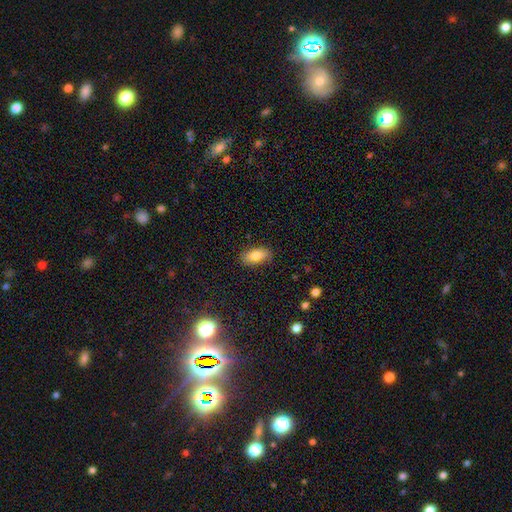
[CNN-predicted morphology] Smooth or featured?
  - smooth: 81% *
  - featured or disk: 11%
  - star or artifact: 8%
How rounded?
  - in between: 90% *
  - cigar-shaped: 6%
  - round: 4%
Merging?
  - none: 85% *
  - minor disturbance: 11%
  - major disturbance: 2%
  - merger: 1%